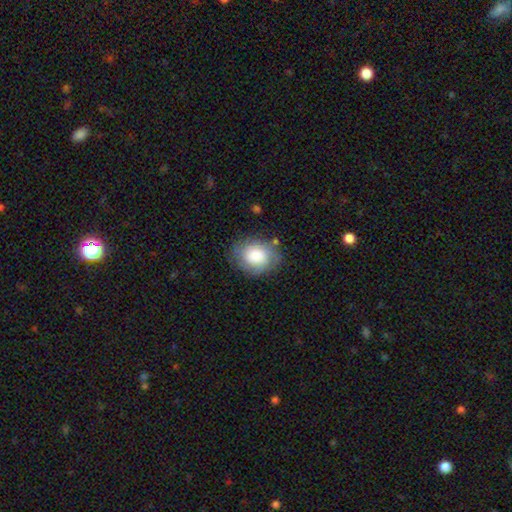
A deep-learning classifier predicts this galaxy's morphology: A smooth galaxy with no disk features (77%) that is in between round and cigar-shaped (51%).

Vote fractions:
- Smooth or featured? smooth: 77% / featured or disk: 15% / star or artifact: 7%
- How rounded? in between: 51% / round: 48% / cigar-shaped: 1%
- Merging? none: 72% / minor disturbance: 19% / major disturbance: 6% / merger: 2%